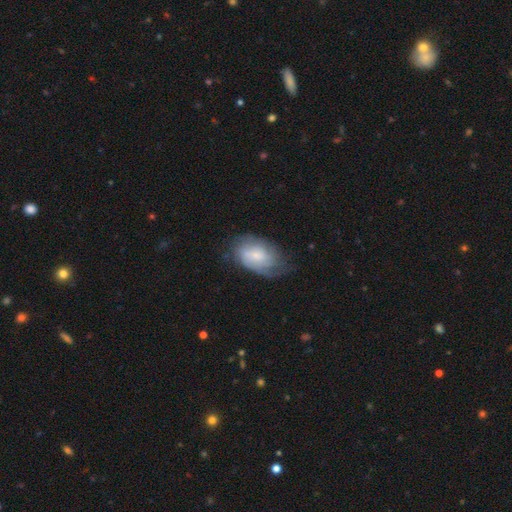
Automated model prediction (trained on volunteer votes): Smooth or featured?
  - featured or disk: 52% *
  - smooth: 41%
  - star or artifact: 7%
Edge-on disk?
  - no: 95% *
  - yes: 5%
Merging?
  - none: 55% *
  - minor disturbance: 29%
  - major disturbance: 15%
  - merger: 1%